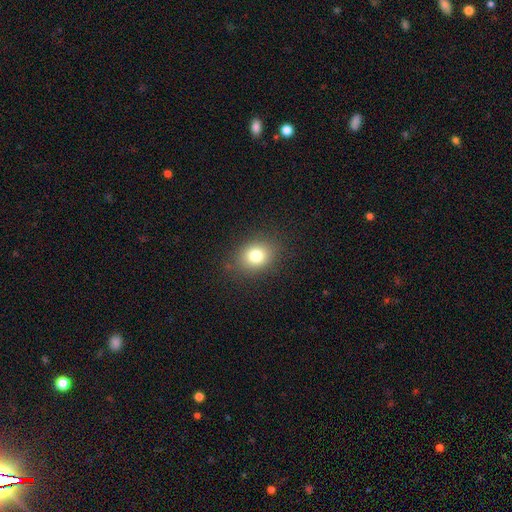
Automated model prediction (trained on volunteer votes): Smooth or featured: smooth — 78% (star or artifact — 12%)
How rounded: round — 51% (in between — 48%)
Merging: none — 86% (minor disturbance — 10%)